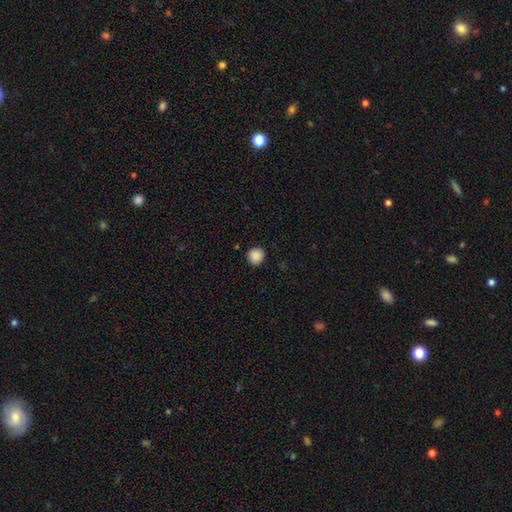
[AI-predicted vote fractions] This is clearly a smooth galaxy (88%). How rounded: clearly round (91%). Merging: clearly none (89%).